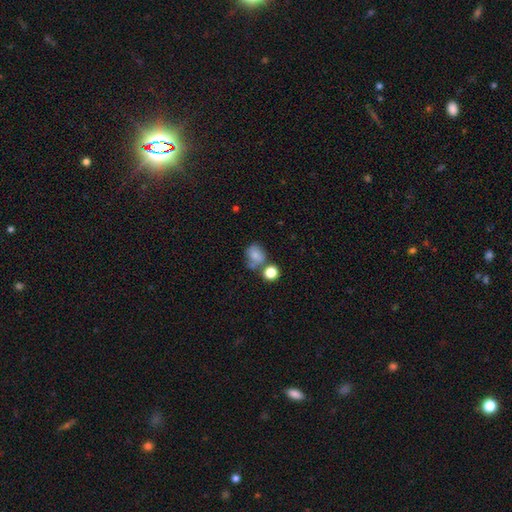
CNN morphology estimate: Smooth or featured? Predicted: smooth (p=0.74). How rounded? Predicted: round (p=0.62). Merging? Predicted: none (p=0.44).